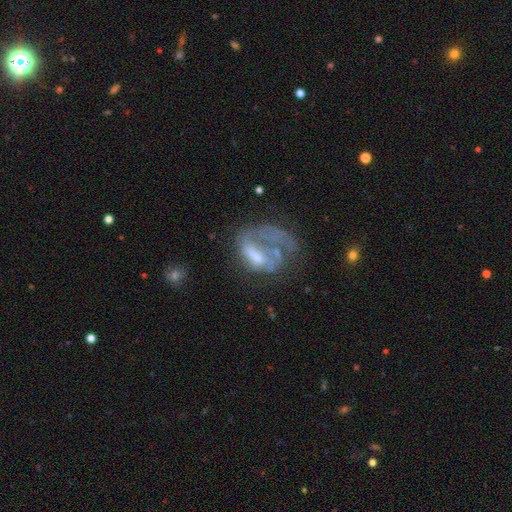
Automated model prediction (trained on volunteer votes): featured or disk 65%, smooth 25%, star or artifact 11%. Down the decision tree: edge-on disk — no (96%); bar — no (57%); spiral arms — no (59%); bulge size — none (34%); merging — major disturbance (48%).